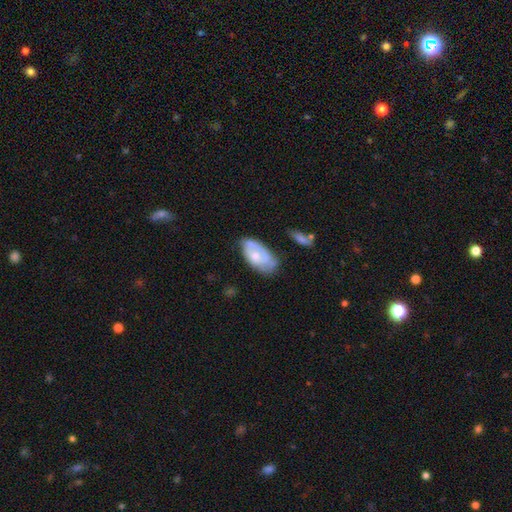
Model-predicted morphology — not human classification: Smooth or featured: featured or disk — 56% (smooth — 38%)
Edge-on disk: no — 94% (yes — 6%)
Bar: no — 76% (weak — 21%)
Spiral arms: yes — 68% (no — 32%)
Bulge size: moderate — 51% (small — 38%)
Merging: none — 51% (minor disturbance — 32%)